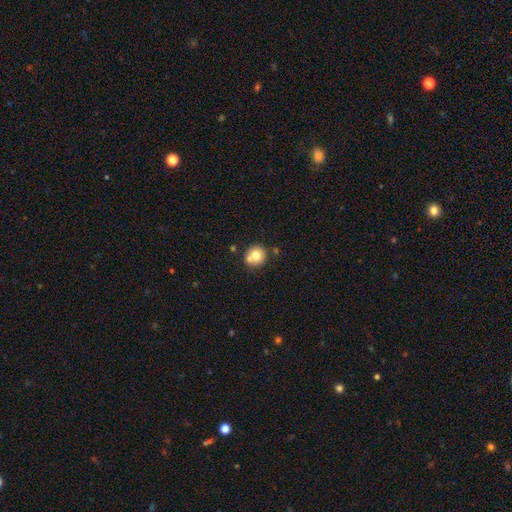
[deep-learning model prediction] Smooth or featured?
  - smooth: 72% *
  - featured or disk: 18%
  - star or artifact: 10%
How rounded?
  - round: 89% *
  - in between: 10%
  - cigar-shaped: 1%
Merging?
  - none: 66% *
  - merger: 19%
  - minor disturbance: 12%
  - major disturbance: 3%